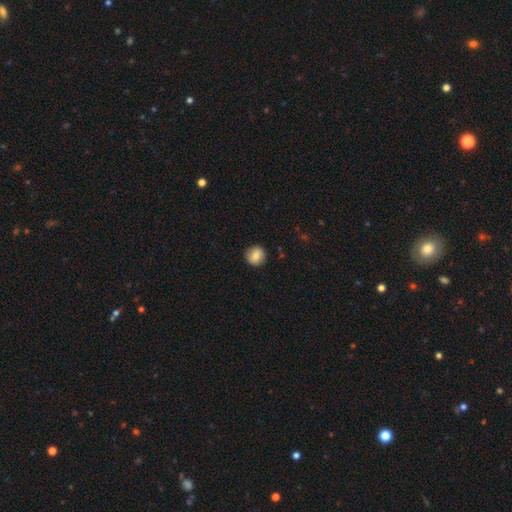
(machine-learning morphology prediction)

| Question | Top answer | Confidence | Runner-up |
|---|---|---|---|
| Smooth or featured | smooth | 81% | featured or disk (11%) |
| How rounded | round | 93% | in between (6%) |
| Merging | none | 89% | minor disturbance (8%) |